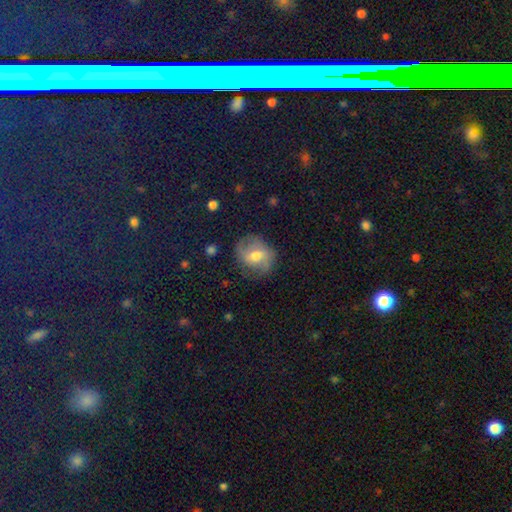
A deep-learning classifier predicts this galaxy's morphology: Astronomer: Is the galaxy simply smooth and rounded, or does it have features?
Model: featured or disk — 57% (runner-up: smooth, 35%).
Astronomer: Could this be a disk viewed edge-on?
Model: no — 96%.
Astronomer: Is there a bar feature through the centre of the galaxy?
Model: weak — 47% (runner-up: no, 37%).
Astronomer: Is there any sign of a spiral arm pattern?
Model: yes — 82%.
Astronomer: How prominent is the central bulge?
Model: moderate — 71%.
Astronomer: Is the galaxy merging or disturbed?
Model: none — 73%.